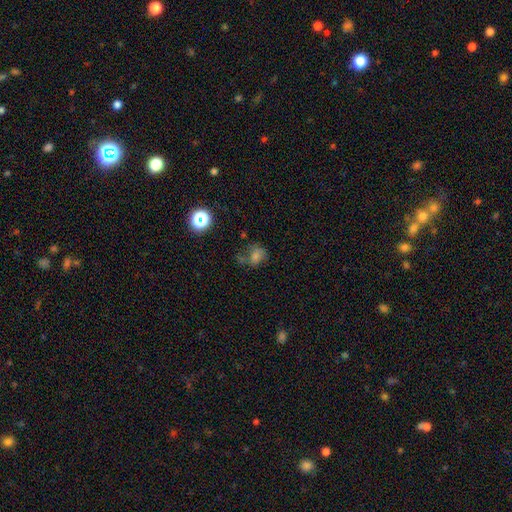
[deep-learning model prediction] smooth-or-featured: smooth: 52% | star or artifact: 28% | featured or disk: 19%
  how-rounded: round: 59% | in between: 39% | cigar-shaped: 1%
  merging: none: 48% | minor disturbance: 22% | major disturbance: 16% | merger: 14%